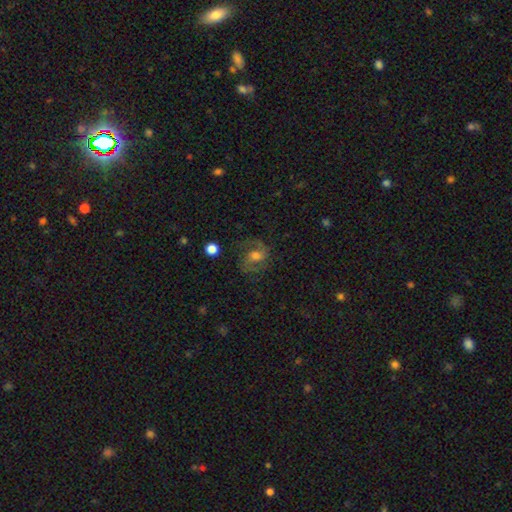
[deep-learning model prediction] Smooth or featured? Predicted: featured or disk (p=0.70). Edge-on disk? Predicted: no (p=0.97). Bar? Predicted: no (p=0.46). Spiral arms? Predicted: yes (p=0.92). Spiral winding? Predicted: medium (p=0.55). Spiral arm count? Predicted: 2 (p=0.84). Bulge size? Predicted: moderate (p=0.60). Merging? Predicted: none (p=0.72).